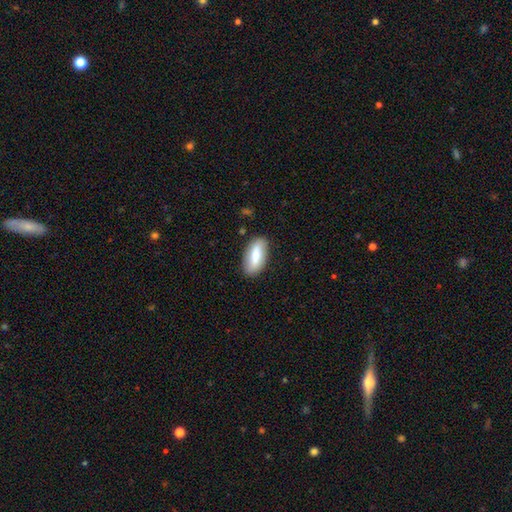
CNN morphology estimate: smooth 69%, featured or disk 25%, star or artifact 6%. Down the decision tree: how rounded — in between (85%); merging — none (85%).